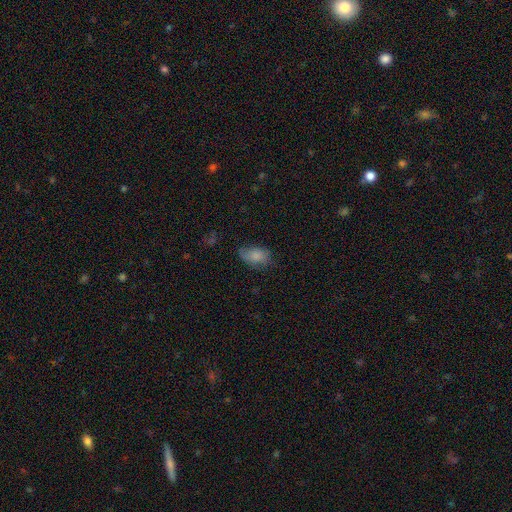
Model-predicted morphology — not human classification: Smooth or featured: smooth — 81% (featured or disk — 10%)
How rounded: in between — 90% (round — 8%)
Merging: none — 61% (minor disturbance — 28%)